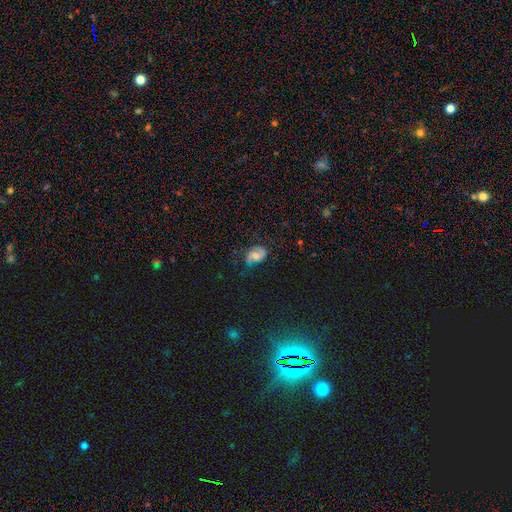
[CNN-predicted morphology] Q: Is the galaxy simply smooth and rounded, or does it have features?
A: featured or disk — 54%.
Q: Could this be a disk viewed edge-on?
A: no — 97%.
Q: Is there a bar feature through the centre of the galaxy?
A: no — 58%.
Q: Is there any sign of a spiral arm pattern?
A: yes — 82%.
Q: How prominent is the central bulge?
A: moderate — 68%.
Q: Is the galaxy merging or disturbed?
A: none — 65%.